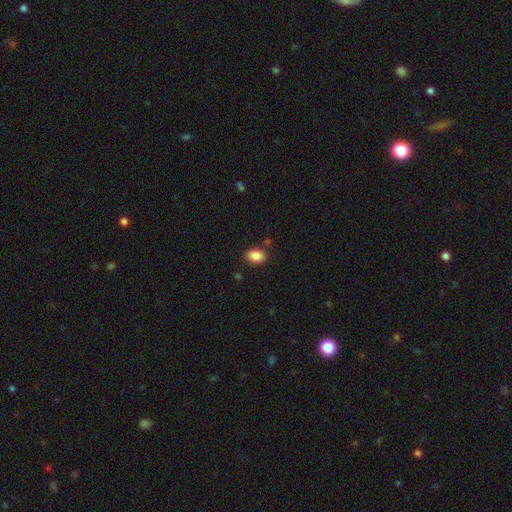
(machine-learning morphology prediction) type=smooth (88%); roundness=in between (84%); merging=none (85%).